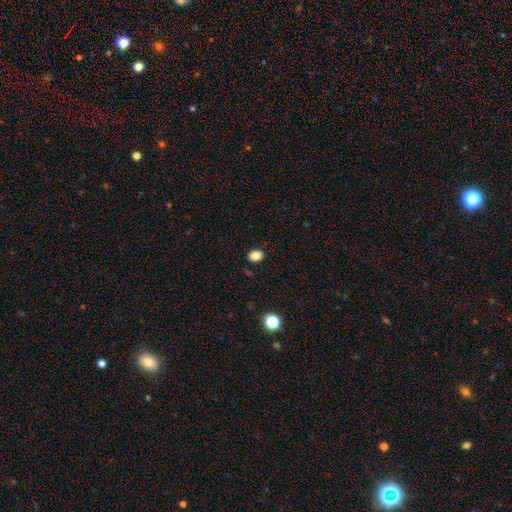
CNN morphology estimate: The model was most divided on "how rounded": in between: 66%, round: 33%, cigar-shaped: 1%. More confident: merging — none (88%); smooth or featured — smooth (84%).